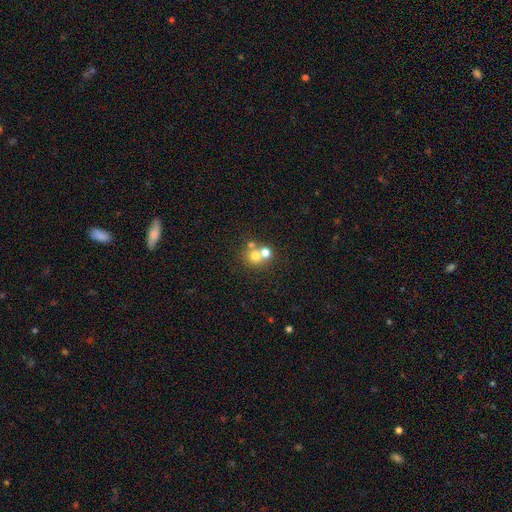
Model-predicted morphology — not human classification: The model was most divided on "merging": merger: 46%, none: 44%, minor disturbance: 6%, major disturbance: 3%. More confident: how rounded — round (85%); smooth or featured — smooth (67%).